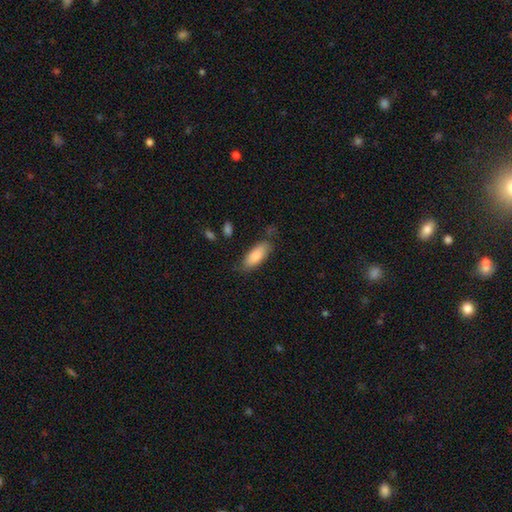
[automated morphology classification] The model was most divided on "merging": none: 73%, minor disturbance: 19%, major disturbance: 5%, merger: 3%. More confident: smooth or featured — smooth (84%); how rounded — in between (78%).